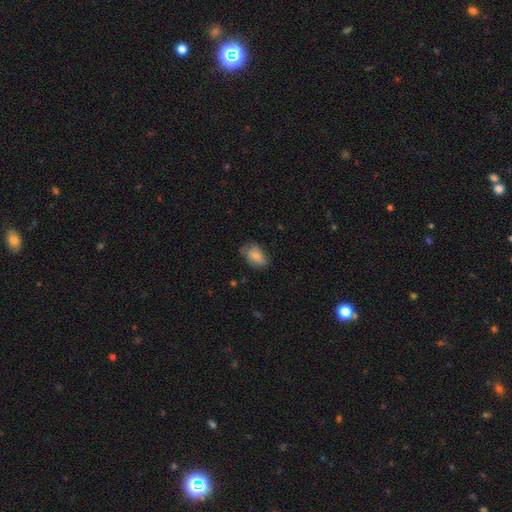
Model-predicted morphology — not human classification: This is likely a smooth galaxy (78%). How rounded: clearly in between (90%). Merging: possibly none (58%).